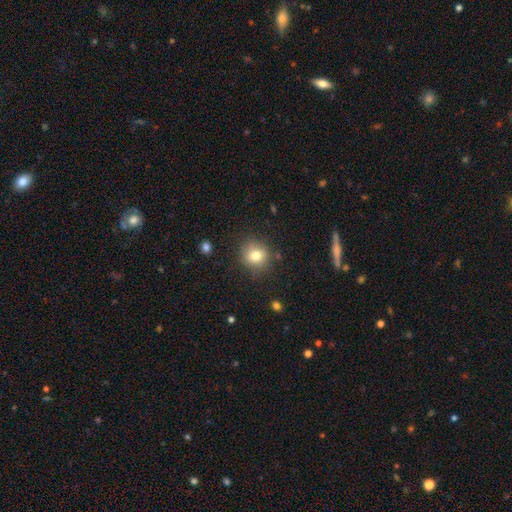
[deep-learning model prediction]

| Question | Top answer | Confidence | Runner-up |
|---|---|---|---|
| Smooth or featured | smooth | 78% | star or artifact (12%) |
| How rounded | round | 87% | in between (12%) |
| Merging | none | 83% | minor disturbance (12%) |